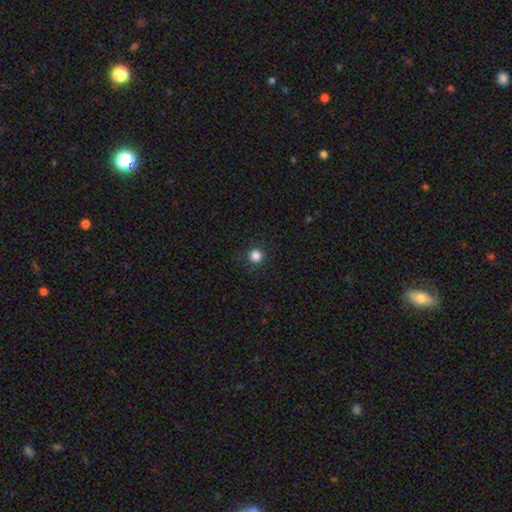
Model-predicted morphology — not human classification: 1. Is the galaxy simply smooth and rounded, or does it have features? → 83% smooth, 13% star or artifact, 4% featured or disk.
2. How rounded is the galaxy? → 95% round, 4% in between, 1% cigar-shaped.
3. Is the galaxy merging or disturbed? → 90% none, 7% minor disturbance, 3% major disturbance, 1% merger.